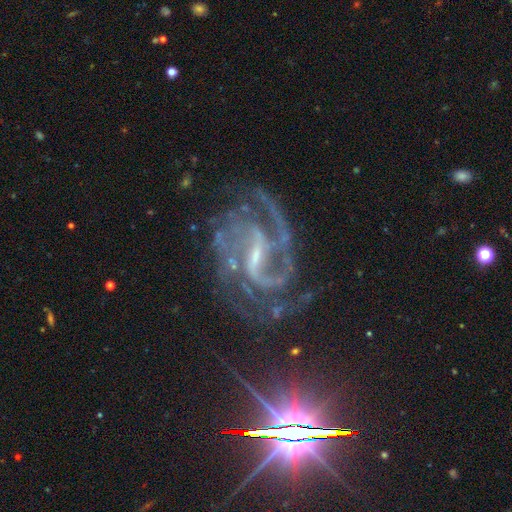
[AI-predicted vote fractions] Q: Smooth or featured?
A: featured or disk (89%); runner-up: star or artifact (8%)
Q: Edge-on disk?
A: no (98%); runner-up: yes (2%)
Q: Bar?
A: weak (44%); runner-up: strong (43%)
Q: Spiral arms?
A: yes (97%); runner-up: no (3%)
Q: Spiral winding?
A: medium (55%); runner-up: tight (25%)
Q: Spiral arm count?
A: 2 (48%); runner-up: 3 (18%)
Q: Bulge size?
A: small (64%); runner-up: moderate (20%)
Q: Merging?
A: none (56%); runner-up: major disturbance (22%)